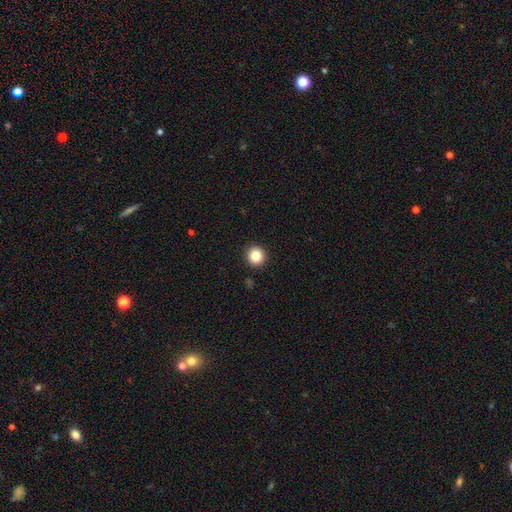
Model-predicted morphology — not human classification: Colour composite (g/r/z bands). It shows a smooth galaxy with no disk features (85%) that is round (95%). Merging: none (93%).